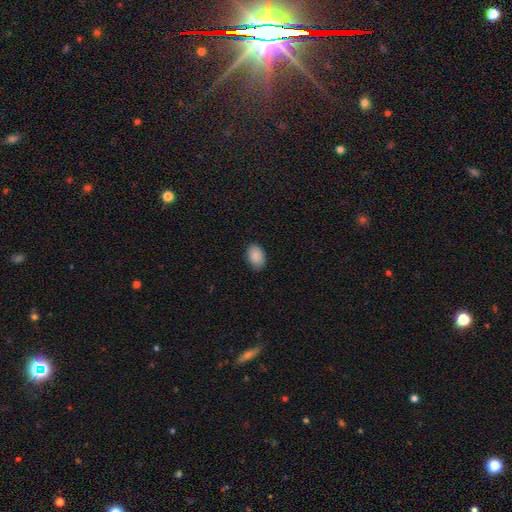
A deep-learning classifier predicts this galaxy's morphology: A smooth galaxy with no disk features (89%) that is in between round and cigar-shaped (86%). Merging: none (86%).